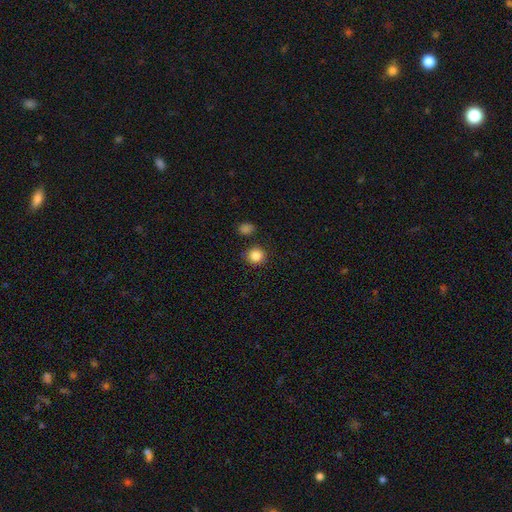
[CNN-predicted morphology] Overall: smooth (86%). How rounded: round (90%). Merging: none (85%).